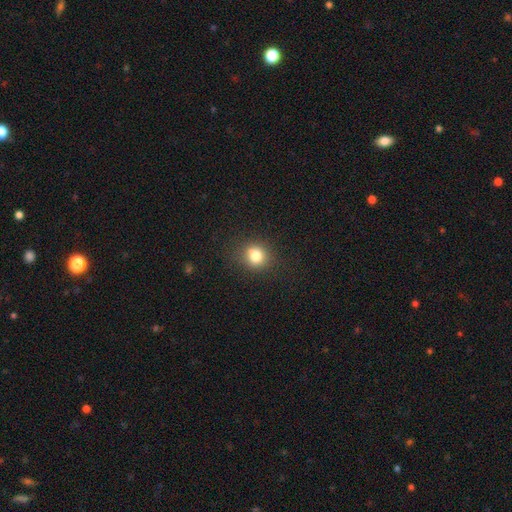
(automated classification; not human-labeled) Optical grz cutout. It shows a smooth galaxy with no disk features (80%) that is round (79%). Merging: none (82%).